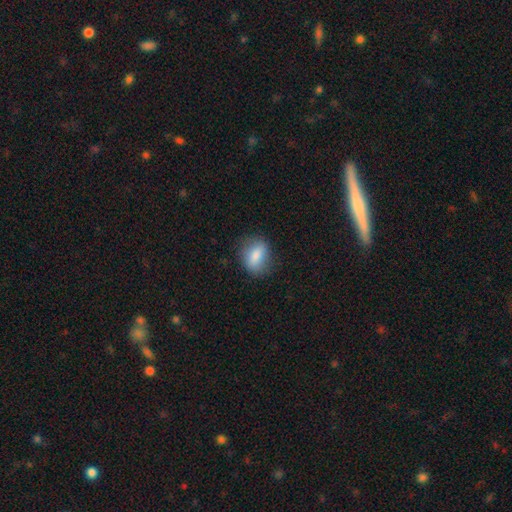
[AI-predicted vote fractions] smooth 81%, featured or disk 12%, star or artifact 8%. Down the decision tree: how rounded — in between (69%); merging — none (78%).